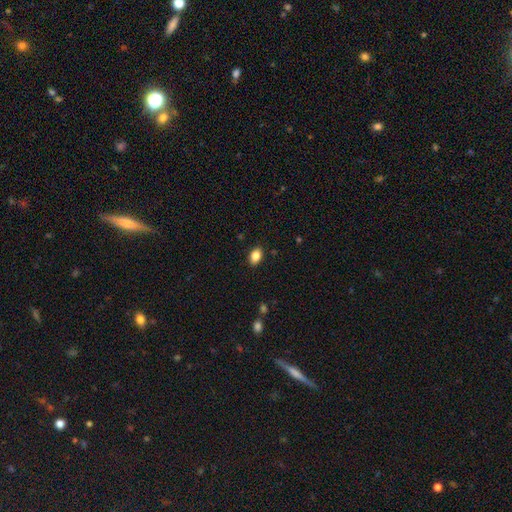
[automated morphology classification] A smooth galaxy with no disk features (85%) that is in between round and cigar-shaped (85%).

Vote fractions:
- Smooth or featured? smooth: 85% / star or artifact: 9% / featured or disk: 6%
- How rounded? in between: 85% / round: 14% / cigar-shaped: 1%
- Merging? none: 87% / minor disturbance: 9% / major disturbance: 2% / merger: 1%